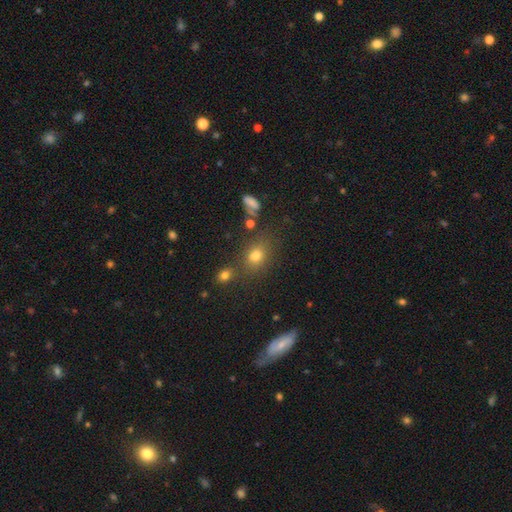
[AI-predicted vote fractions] The model was most divided on "how rounded": in between: 53%, round: 44%, cigar-shaped: 2%. More confident: smooth or featured — smooth (72%); merging — none (67%).